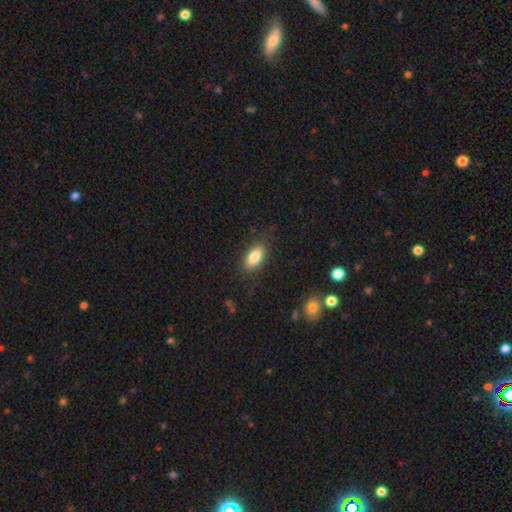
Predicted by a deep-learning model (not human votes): This is clearly a smooth galaxy (84%). How rounded: clearly in between (89%). Merging: clearly none (83%).